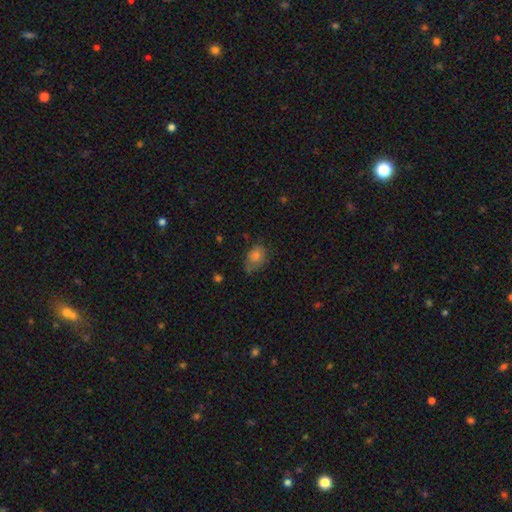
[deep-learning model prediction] This appears to be a smooth galaxy with no disk features (76%) that is in between round and cigar-shaped (62%). Merging: none (61%).